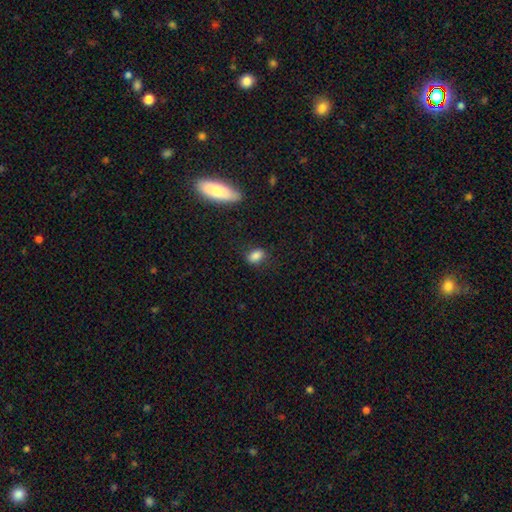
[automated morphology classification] Smooth or featured? Predicted: smooth (p=0.84). How rounded? Predicted: in between (p=0.81). Merging? Predicted: none (p=0.78).